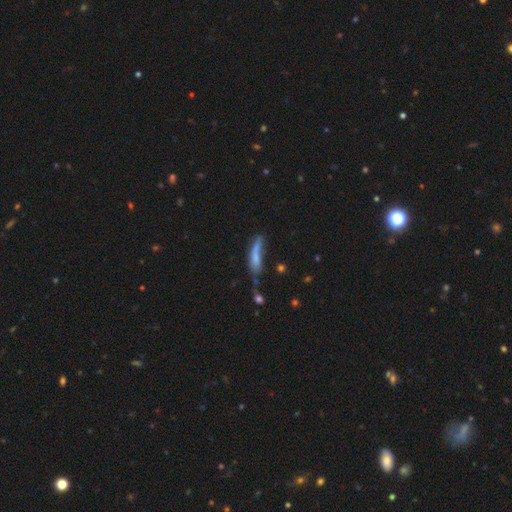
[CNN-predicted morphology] type=smooth (66%); roundness=cigar-shaped (76%); merging=none (38%).